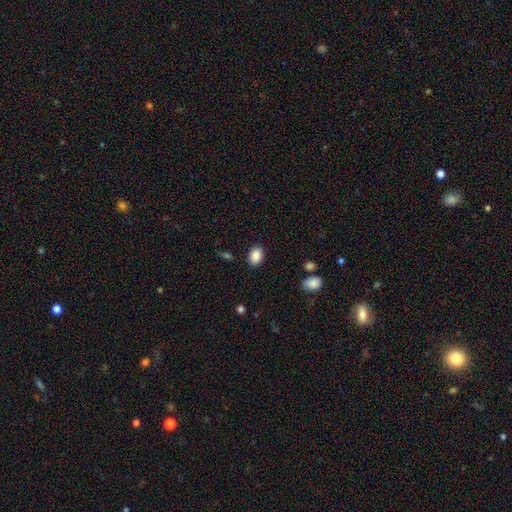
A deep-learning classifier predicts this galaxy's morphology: Smooth or featured? Predicted: smooth (p=0.88). How rounded? Predicted: in between (p=0.80). Merging? Predicted: none (p=0.87).